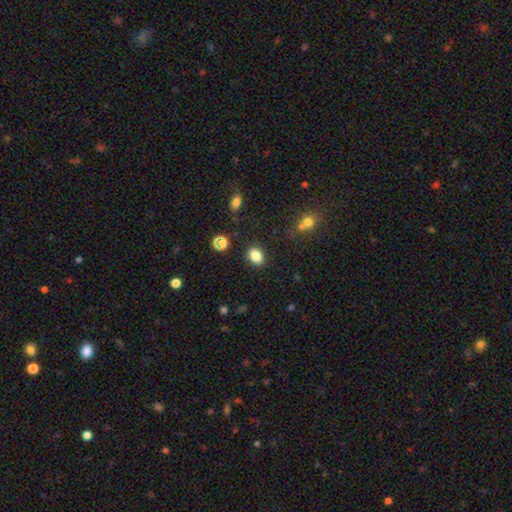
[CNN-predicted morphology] A smooth galaxy with no disk features (83%) that is in between round and cigar-shaped (72%). Merging: none (85%).